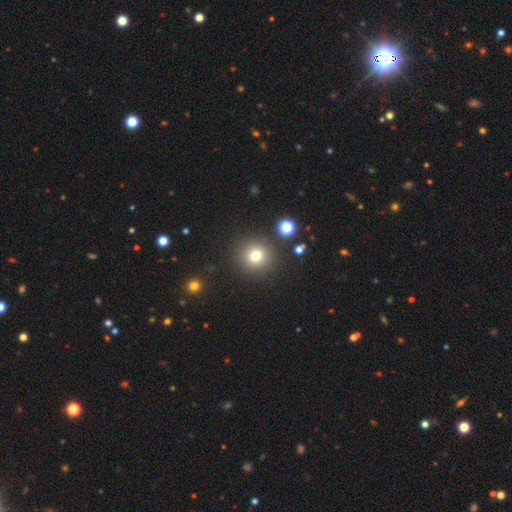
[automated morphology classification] This appears to be a smooth galaxy with no disk features (76%) that is round (93%). Merging: none (88%).